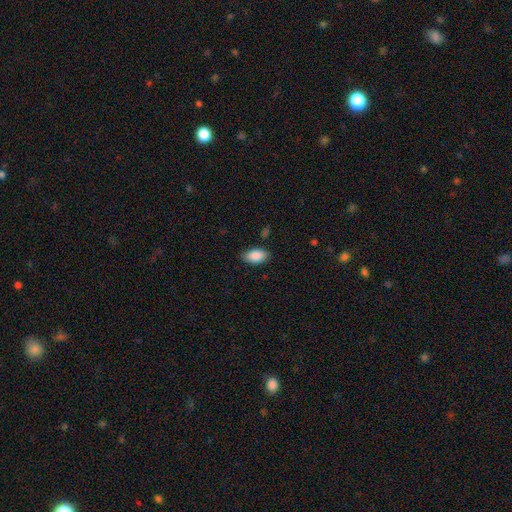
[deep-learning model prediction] Smooth or featured?
  - smooth: 88% *
  - star or artifact: 7%
  - featured or disk: 5%
How rounded?
  - in between: 93% *
  - round: 4%
  - cigar-shaped: 3%
Merging?
  - none: 82% *
  - minor disturbance: 13%
  - major disturbance: 3%
  - merger: 1%